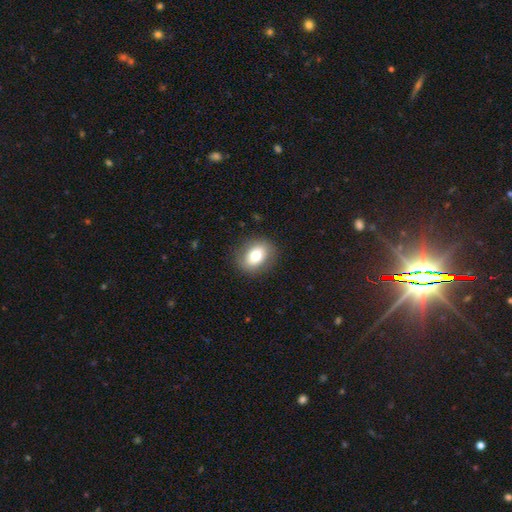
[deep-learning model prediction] Overall: smooth (74%). How rounded: in between (62%; round 37%). Merging: none (85%).